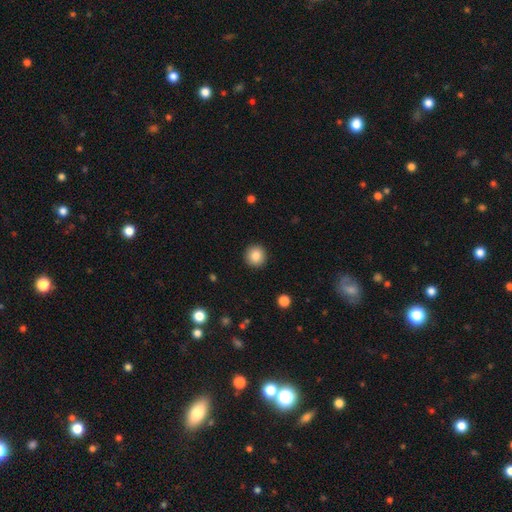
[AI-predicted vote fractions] A smooth galaxy with no disk features (86%) that is round (95%).

Vote fractions:
- Smooth or featured? smooth: 86% / star or artifact: 9% / featured or disk: 5%
- How rounded? round: 95% / in between: 4% / cigar-shaped: 1%
- Merging? none: 92% / minor disturbance: 5% / major disturbance: 2% / merger: 1%